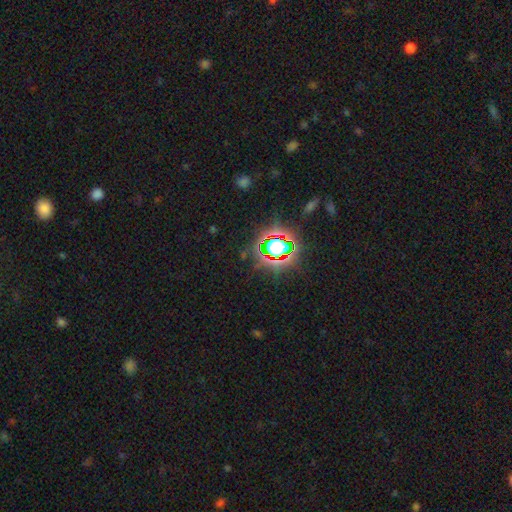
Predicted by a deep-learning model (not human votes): Smooth or featured? Predicted: star or artifact (p=0.80).